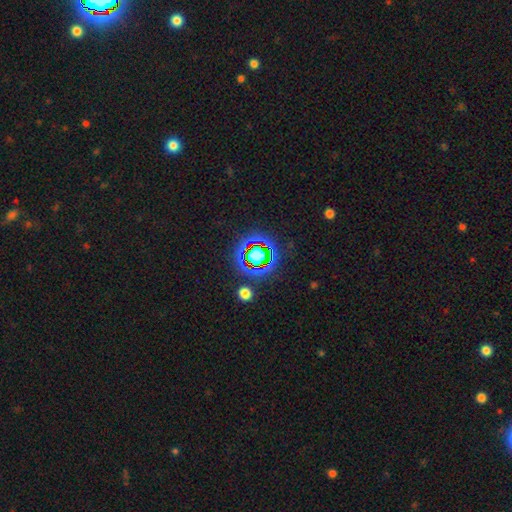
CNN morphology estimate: A star or artifact, not a galaxy (63%).

Vote fractions:
- Smooth or featured? star or artifact: 63% / smooth: 24% / featured or disk: 13%